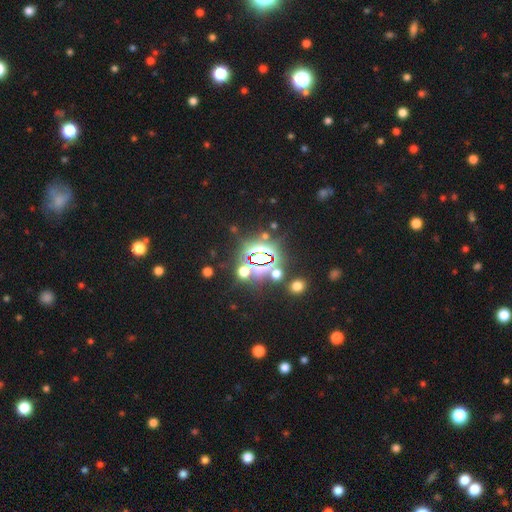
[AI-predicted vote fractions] star or artifact 83%, smooth 9%, featured or disk 7%.